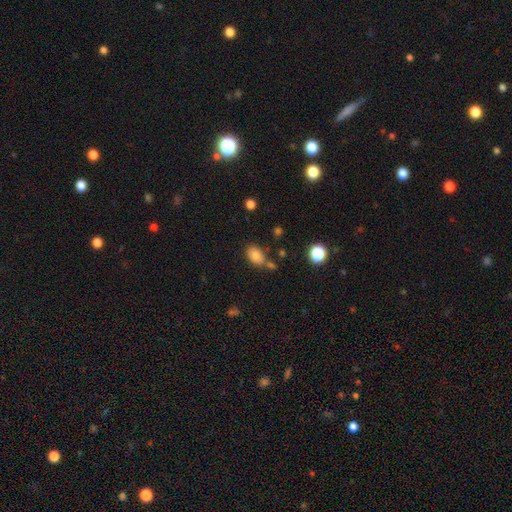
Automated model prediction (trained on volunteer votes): This is clearly a smooth galaxy (82%). How rounded: clearly in between (84%). Merging: likely none (62%).